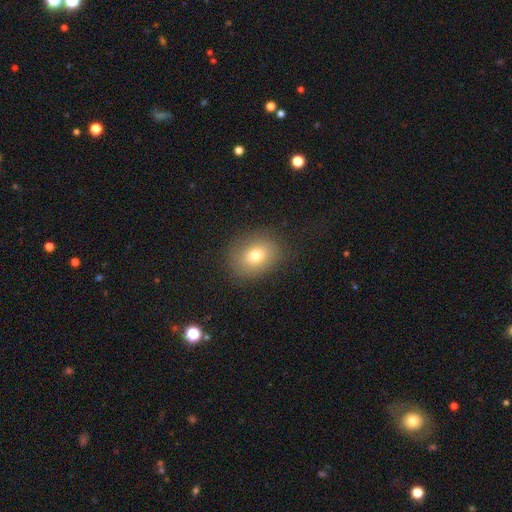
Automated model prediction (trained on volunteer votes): smooth-or-featured: smooth: 75% | featured or disk: 13% | star or artifact: 12%
  how-rounded: round: 51% | in between: 48% | cigar-shaped: 1%
  merging: none: 83% | minor disturbance: 11% | major disturbance: 4% | merger: 1%